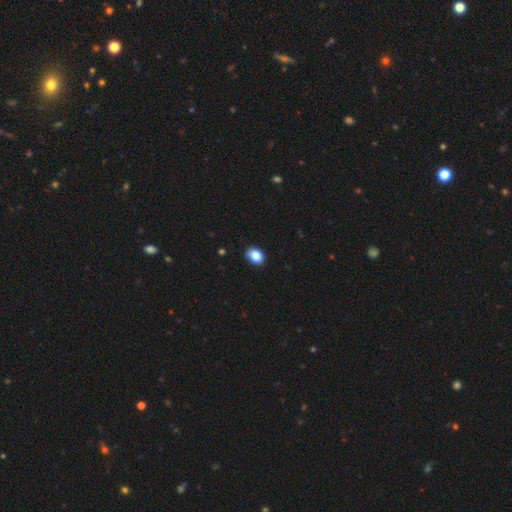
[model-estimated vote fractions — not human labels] A smooth galaxy with no disk features (87%) that is in between round and cigar-shaped (70%). Merging: none (84%).